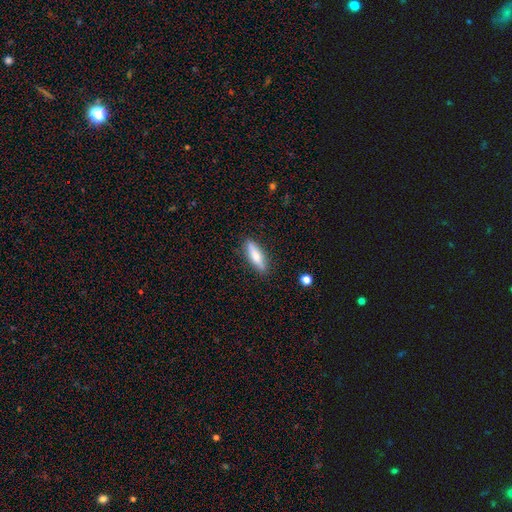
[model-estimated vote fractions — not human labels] Smooth or featured? Predicted: smooth (p=0.65). How rounded? Predicted: cigar-shaped (p=0.64). Merging? Predicted: none (p=0.87).